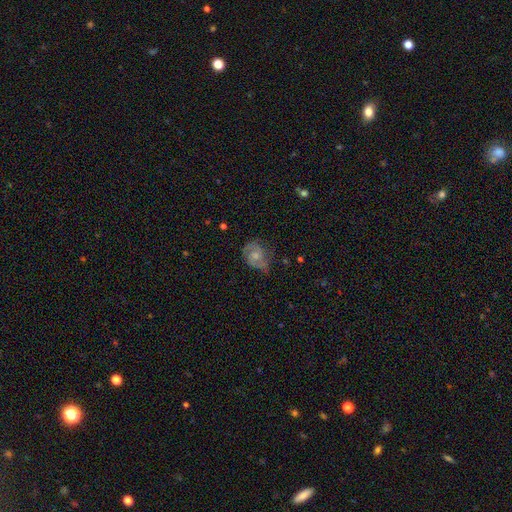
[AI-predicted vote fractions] Overall: featured or disk (63%; smooth 29%). Edge-on disk: no (97%). Bar: no (64%; weak 31%). Spiral arms: yes (86%). Spiral arm count: 2 (75%). Spiral winding: medium (46%; tight 36%). Bulge size: moderate (43%; small 36%). Merging: none (58%; minor disturbance 27%).